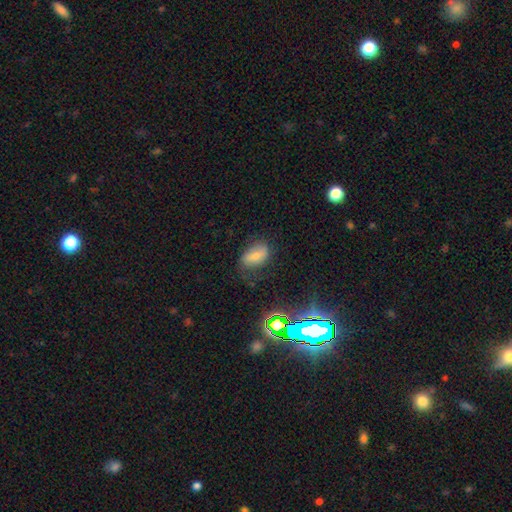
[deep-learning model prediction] Smooth or featured: smooth — 63% (featured or disk — 23%)
How rounded: in between — 88% (round — 9%)
Merging: none — 60% (minor disturbance — 26%)